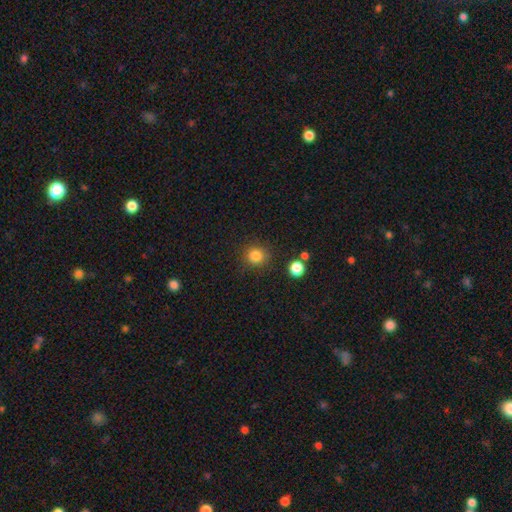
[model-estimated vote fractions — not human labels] Overall: smooth (84%). How rounded: round (91%). Merging: none (86%).